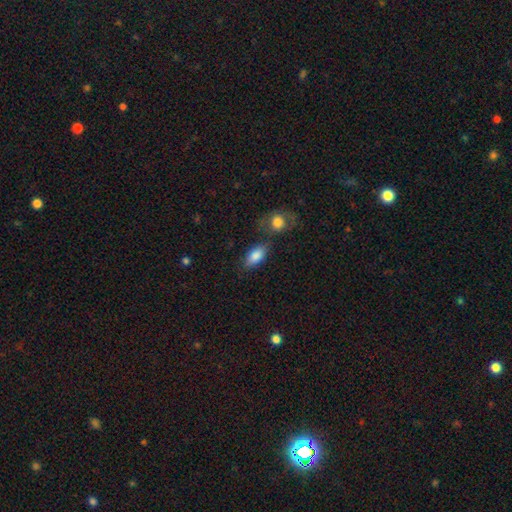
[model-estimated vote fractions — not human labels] smooth-or-featured: smooth: 85% | featured or disk: 8% | star or artifact: 7%
  how-rounded: in between: 90% | round: 5% | cigar-shaped: 5%
  merging: none: 65% | merger: 15% | minor disturbance: 15% | major disturbance: 5%